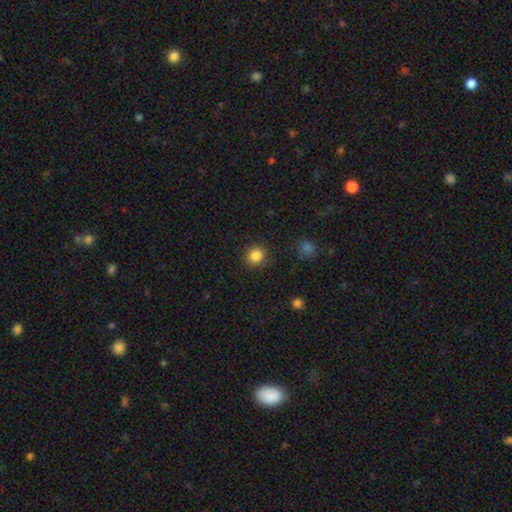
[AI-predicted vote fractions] smooth-or-featured: smooth: 86% | star or artifact: 11% | featured or disk: 4%
  how-rounded: round: 90% | in between: 9% | cigar-shaped: 1%
  merging: none: 89% | minor disturbance: 7% | major disturbance: 3% | merger: 1%